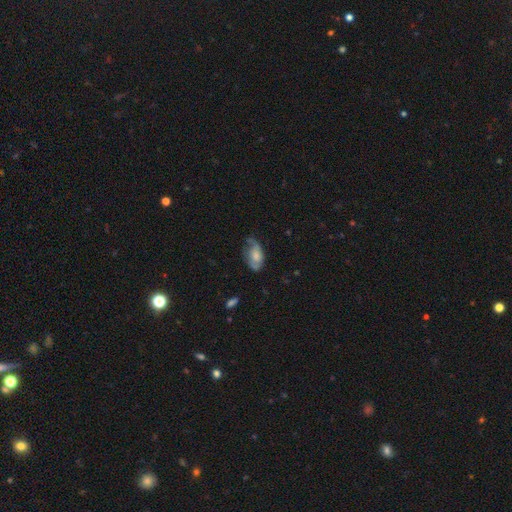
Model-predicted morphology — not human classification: Overall: smooth (49%; featured or disk 43%). Merging: none (51%; minor disturbance 33%).